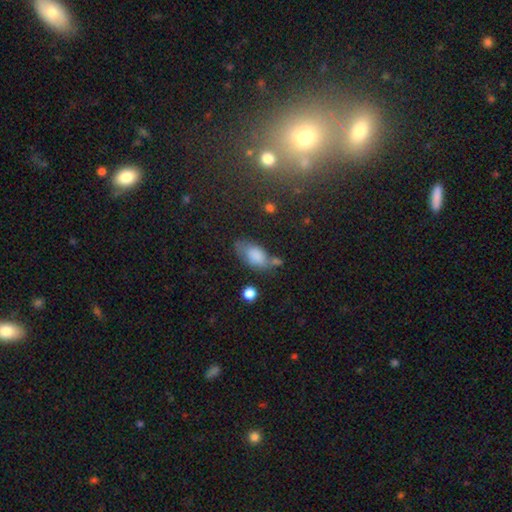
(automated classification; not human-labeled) A smooth galaxy with no disk features (79%) that is in between round and cigar-shaped (90%).

Vote fractions:
- Smooth or featured? smooth: 79% / featured or disk: 12% / star or artifact: 9%
- How rounded? in between: 90% / round: 5% / cigar-shaped: 5%
- Merging? none: 41% / minor disturbance: 30% / merger: 16% / major disturbance: 13%